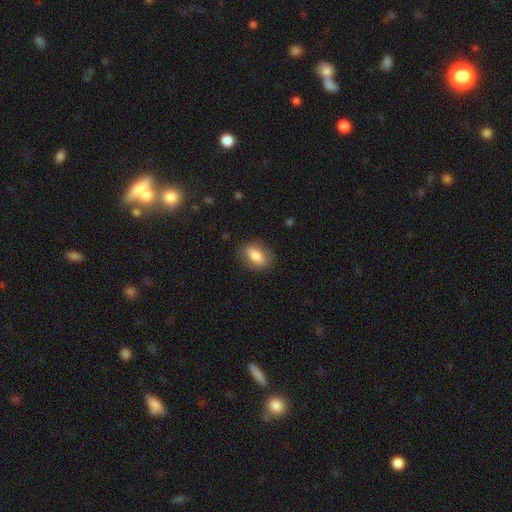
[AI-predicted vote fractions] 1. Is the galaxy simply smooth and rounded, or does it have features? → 80% smooth, 13% featured or disk, 7% star or artifact.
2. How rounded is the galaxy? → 82% in between, 13% round, 5% cigar-shaped.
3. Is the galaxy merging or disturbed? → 83% none, 13% minor disturbance, 4% major disturbance, 1% merger.